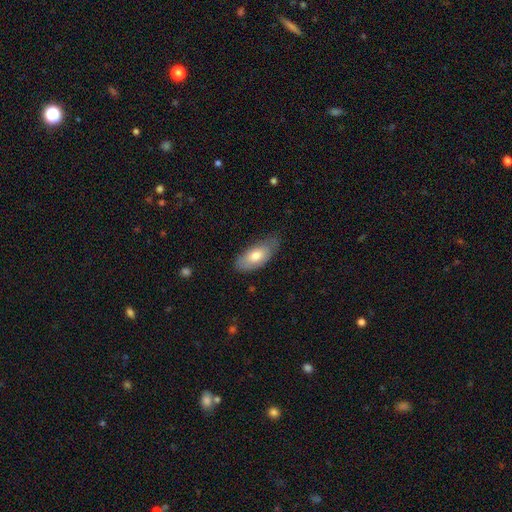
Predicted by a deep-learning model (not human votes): Q: Smooth or featured?
A: smooth (73%); runner-up: featured or disk (21%)
Q: How rounded?
A: in between (88%); runner-up: cigar-shaped (9%)
Q: Merging?
A: none (69%); runner-up: minor disturbance (25%)